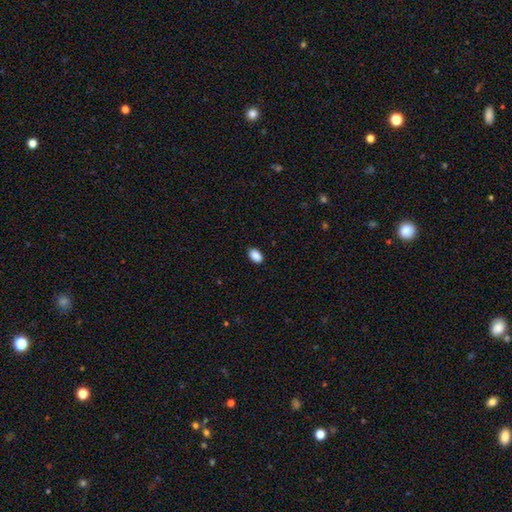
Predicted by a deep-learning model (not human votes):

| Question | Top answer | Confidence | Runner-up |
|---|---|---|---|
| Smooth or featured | smooth | 89% | star or artifact (8%) |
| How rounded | in between | 90% | round (9%) |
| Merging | none | 86% | minor disturbance (11%) |